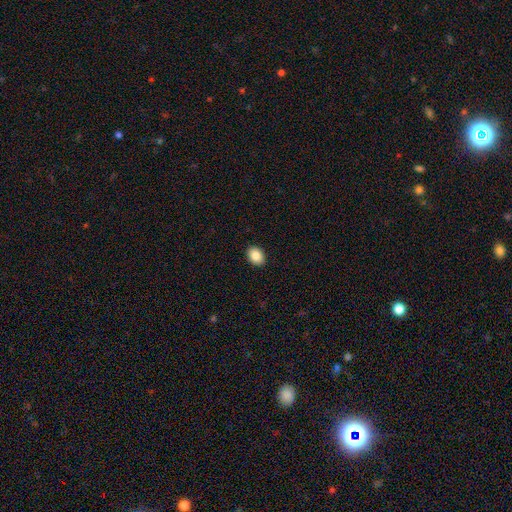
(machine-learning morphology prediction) Q: Smooth or featured?
A: smooth (86%); runner-up: star or artifact (8%)
Q: How rounded?
A: in between (71%); runner-up: round (28%)
Q: Merging?
A: none (91%); runner-up: minor disturbance (6%)